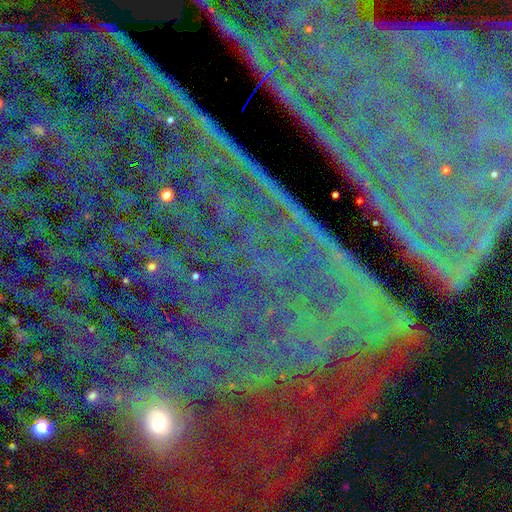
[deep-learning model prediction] Overall: star or artifact (83%).